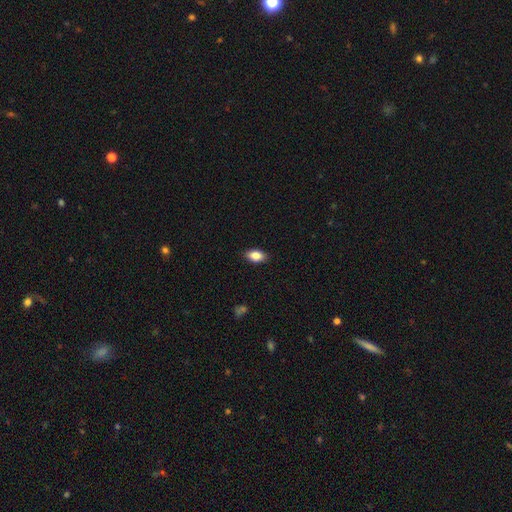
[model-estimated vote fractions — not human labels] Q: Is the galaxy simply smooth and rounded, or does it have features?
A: smooth — 84%.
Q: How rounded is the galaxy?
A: in between — 89%.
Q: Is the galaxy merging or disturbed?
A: none — 88%.